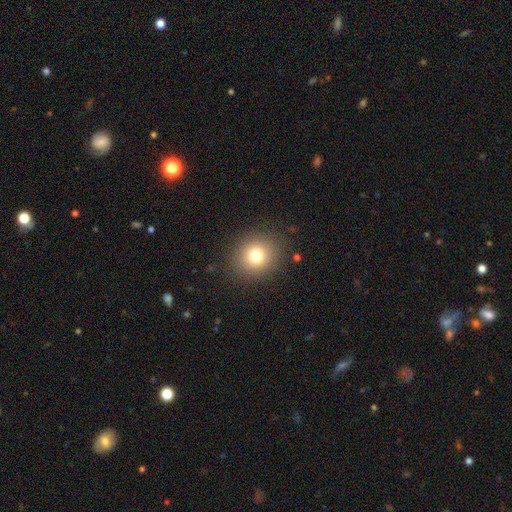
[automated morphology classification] Q: Smooth or featured?
A: smooth (77%); runner-up: star or artifact (13%)
Q: How rounded?
A: round (83%); runner-up: in between (16%)
Q: Merging?
A: none (88%); runner-up: minor disturbance (8%)